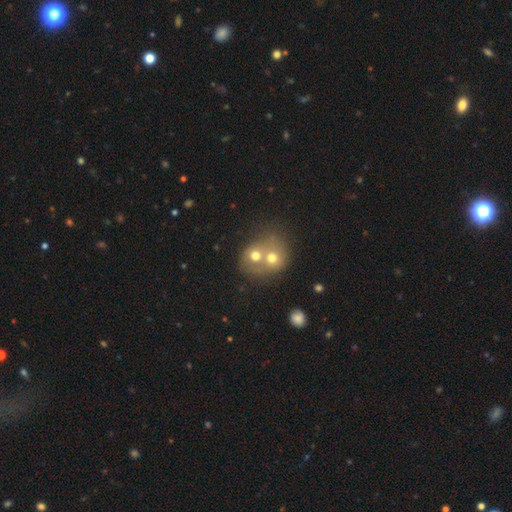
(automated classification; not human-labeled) Smooth or featured?
  - smooth: 54% *
  - featured or disk: 27%
  - star or artifact: 19%
How rounded?
  - round: 71% *
  - in between: 28%
  - cigar-shaped: 1%
Merging?
  - merger: 71% *
  - none: 21%
  - minor disturbance: 5%
  - major disturbance: 3%